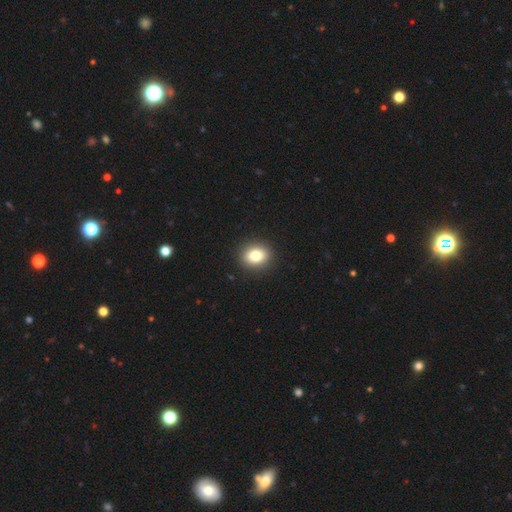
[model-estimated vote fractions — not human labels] The model was most divided on "how rounded": round: 56%, in between: 43%, cigar-shaped: 1%. More confident: merging — none (91%); smooth or featured — smooth (80%).